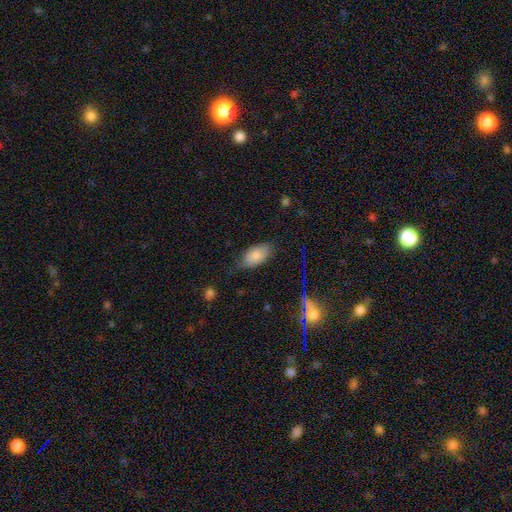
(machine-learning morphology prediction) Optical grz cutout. It shows a smooth galaxy with no disk features (80%) that is in between round and cigar-shaped (92%). Merging: none (66%).